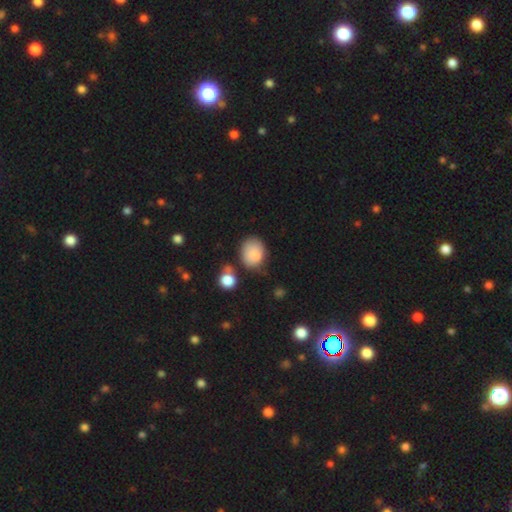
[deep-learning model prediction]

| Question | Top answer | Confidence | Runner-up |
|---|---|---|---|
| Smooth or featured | smooth | 81% | featured or disk (10%) |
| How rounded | in between | 51% | round (48%) |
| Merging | none | 52% | minor disturbance (27%) |